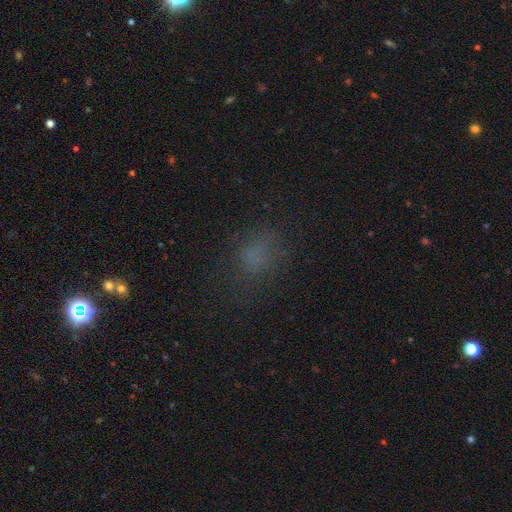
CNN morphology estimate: Smooth or featured?
  - smooth: 65% *
  - star or artifact: 24%
  - featured or disk: 10%
How rounded?
  - round: 54% *
  - in between: 44%
  - cigar-shaped: 2%
Merging?
  - none: 69% *
  - minor disturbance: 17%
  - major disturbance: 12%
  - merger: 2%